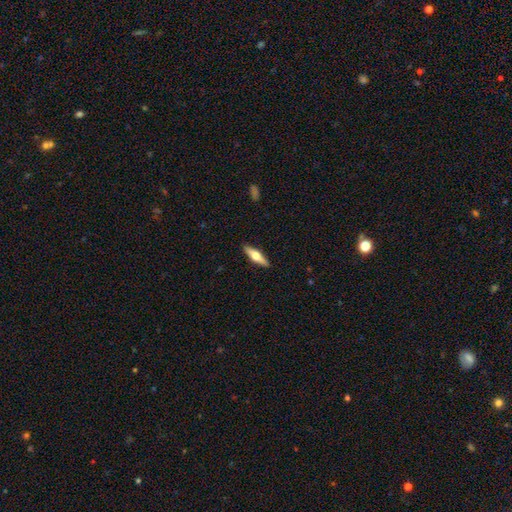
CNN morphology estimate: Overall: featured or disk (52%; smooth 43%). Edge-on disk: yes (94%). Merging: none (90%).